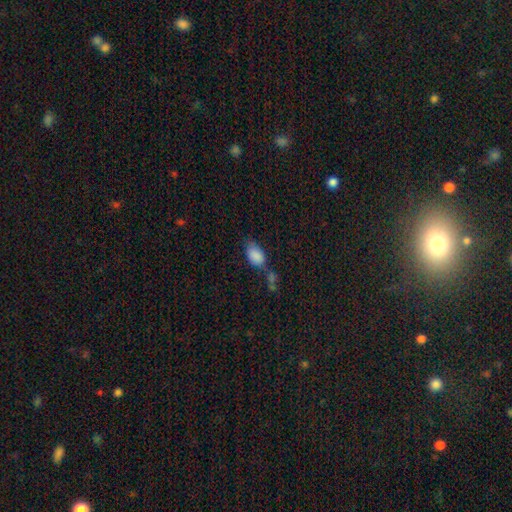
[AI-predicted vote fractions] The model was most divided on "merging": none: 37%, merger: 25%, minor disturbance: 25%, major disturbance: 13%. More confident: how rounded — in between (90%); smooth or featured — smooth (84%).